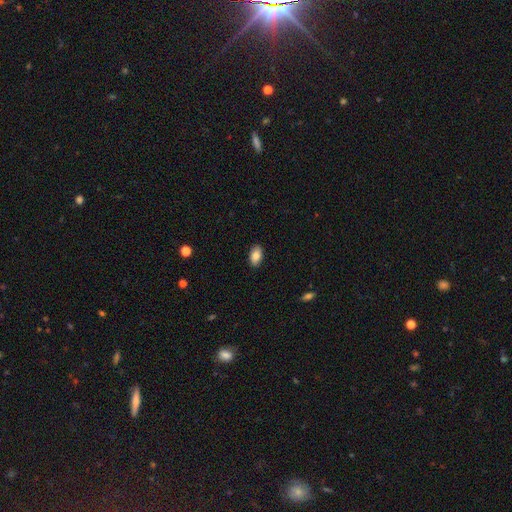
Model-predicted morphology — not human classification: smooth 85%, star or artifact 7%, featured or disk 7%. Down the decision tree: how rounded — in between (93%); merging — none (89%).